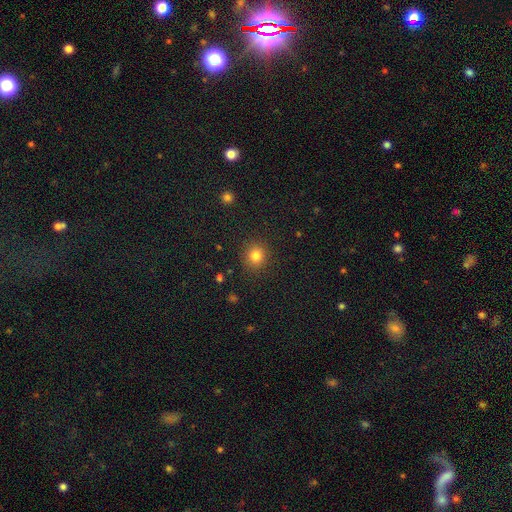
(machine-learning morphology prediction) smooth-or-featured: smooth: 82% | star or artifact: 13% | featured or disk: 6%
  how-rounded: round: 89% | in between: 10% | cigar-shaped: 1%
  merging: none: 90% | minor disturbance: 7% | major disturbance: 3% | merger: 1%